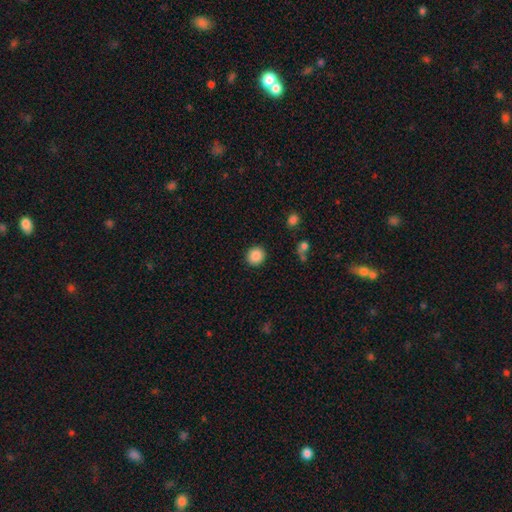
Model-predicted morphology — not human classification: This is clearly a smooth galaxy (88%). How rounded: clearly round (87%). Merging: clearly none (90%).